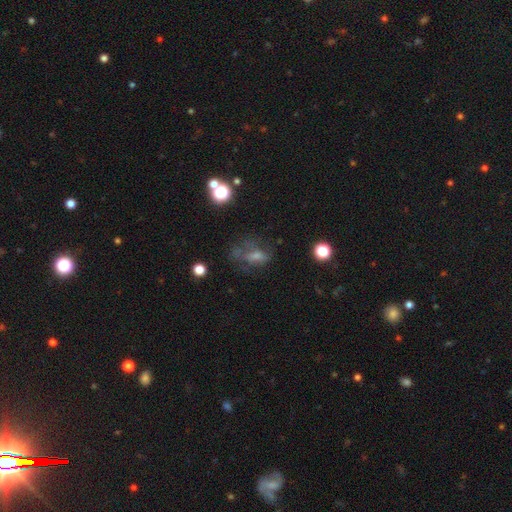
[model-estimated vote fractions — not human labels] smooth_or_featured: smooth (p=0.39) [alt: featured or disk p=0.35]
merging: none (p=0.41) [alt: major disturbance p=0.31]